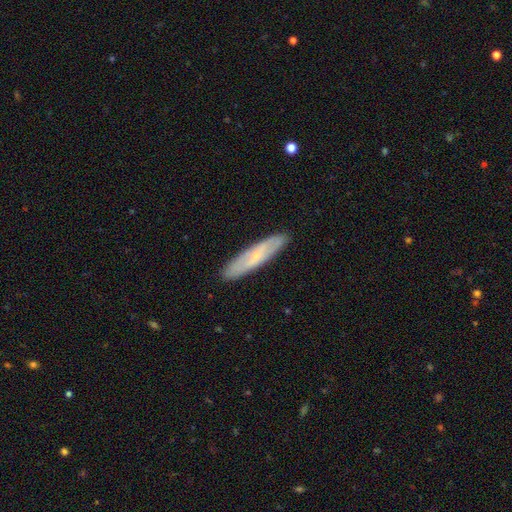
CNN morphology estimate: Q: Smooth or featured?
A: featured or disk (49%); runner-up: smooth (44%)
Q: Merging?
A: none (89%); runner-up: minor disturbance (9%)